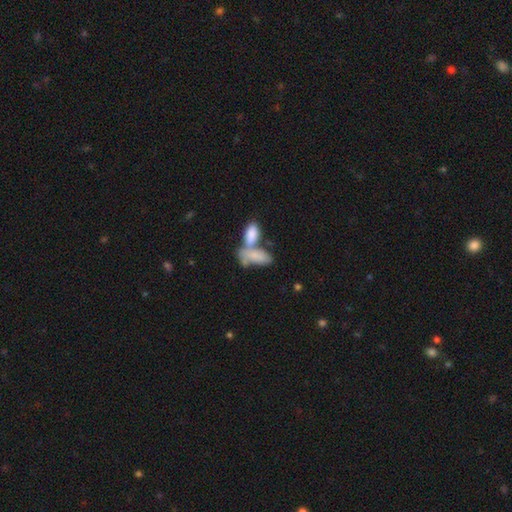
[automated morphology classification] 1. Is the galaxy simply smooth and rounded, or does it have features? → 79% smooth, 15% featured or disk, 6% star or artifact.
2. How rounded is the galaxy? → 88% in between, 10% cigar-shaped, 3% round.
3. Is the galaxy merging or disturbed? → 60% merger, 23% none, 10% minor disturbance, 7% major disturbance.